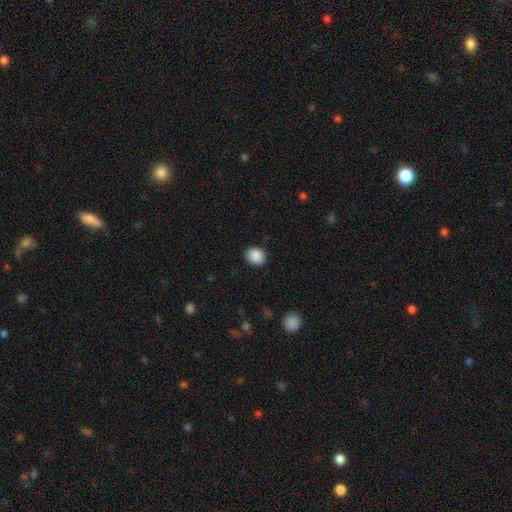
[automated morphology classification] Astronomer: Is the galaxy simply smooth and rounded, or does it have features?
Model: smooth — 89%.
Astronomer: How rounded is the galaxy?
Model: round — 68%.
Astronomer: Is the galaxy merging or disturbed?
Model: none — 89%.